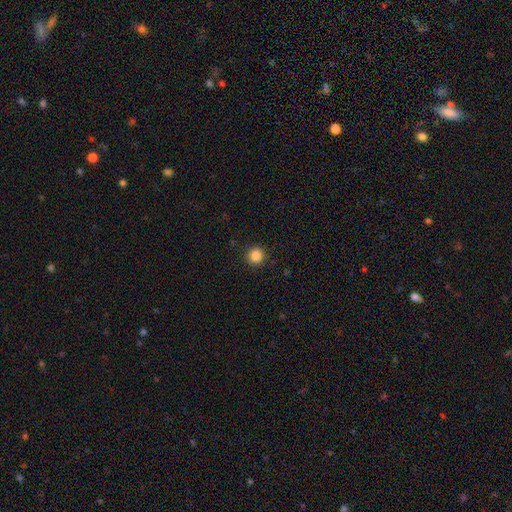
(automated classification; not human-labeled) Smooth or featured: smooth — 85% (star or artifact — 11%)
How rounded: round — 95% (in between — 4%)
Merging: none — 92% (minor disturbance — 5%)